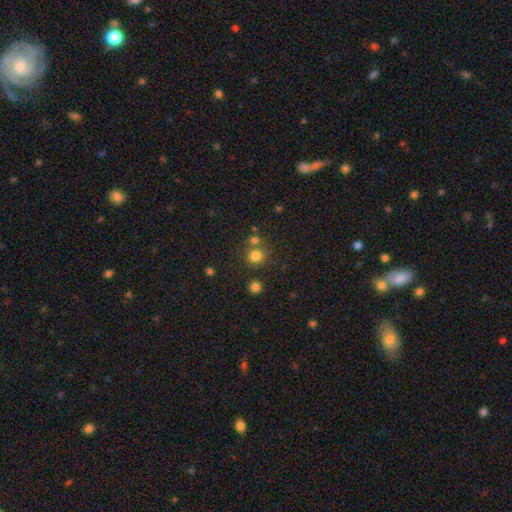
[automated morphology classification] smooth-or-featured: smooth: 79% | star or artifact: 15% | featured or disk: 6%
  how-rounded: round: 90% | in between: 9% | cigar-shaped: 1%
  merging: none: 71% | merger: 18% | minor disturbance: 8% | major disturbance: 3%